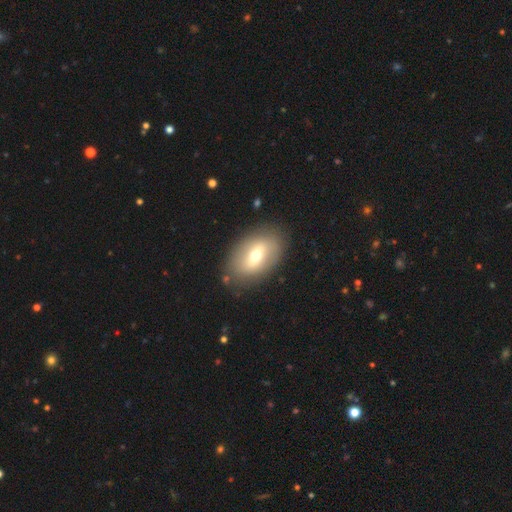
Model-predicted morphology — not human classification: smooth_or_featured: smooth (p=0.53) [alt: featured or disk p=0.40]
how_rounded: in between (p=0.87) [alt: round p=0.10]
merging: none (p=0.84) [alt: minor disturbance p=0.10]